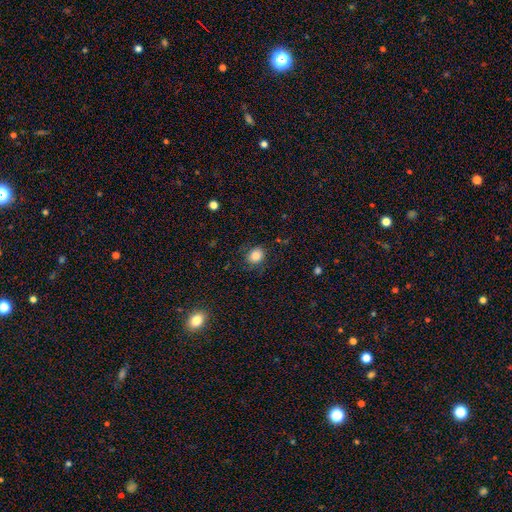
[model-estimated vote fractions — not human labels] Smooth or featured? smooth (84%)
How rounded? round (63%)
Merging? none (75%)